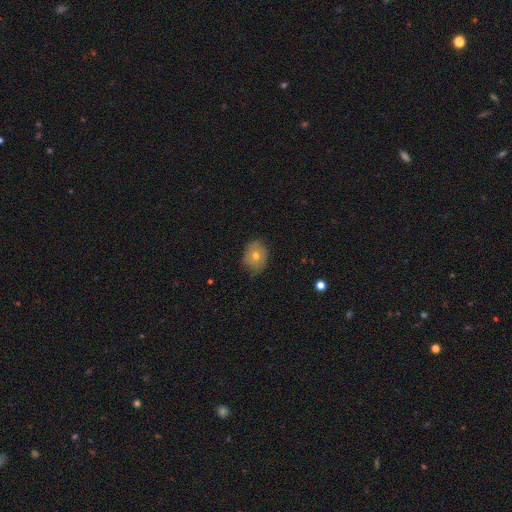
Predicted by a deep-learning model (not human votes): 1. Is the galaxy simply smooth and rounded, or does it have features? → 61% smooth, 29% featured or disk, 10% star or artifact.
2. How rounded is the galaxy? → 56% round, 43% in between, 1% cigar-shaped.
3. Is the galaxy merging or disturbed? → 74% none, 21% minor disturbance, 4% major disturbance, 1% merger.